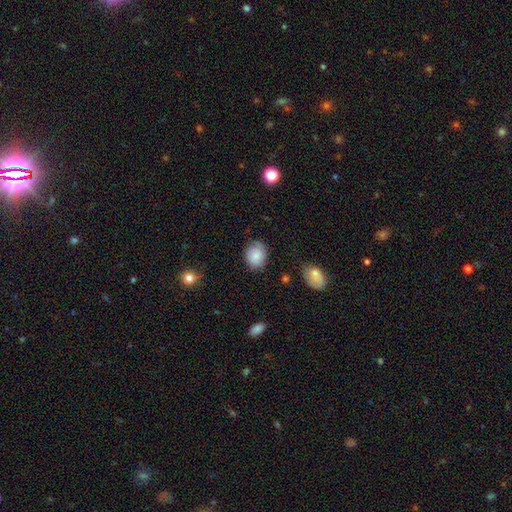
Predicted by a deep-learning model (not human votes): Smooth or featured? smooth (81%)
How rounded? in between (52%)
Merging? none (79%)